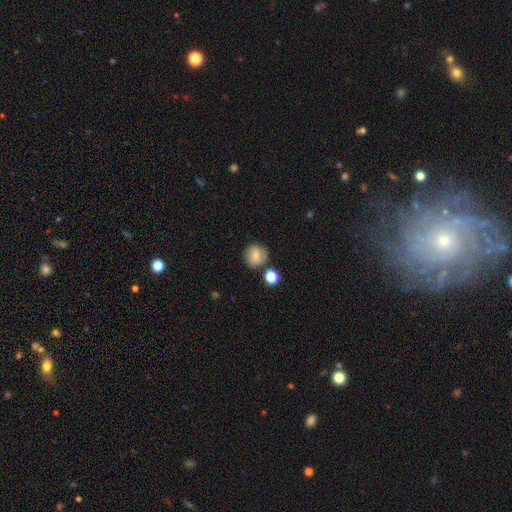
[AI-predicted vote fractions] This appears to be a smooth galaxy with no disk features (64%) that is round (88%). Merging: none (75%).